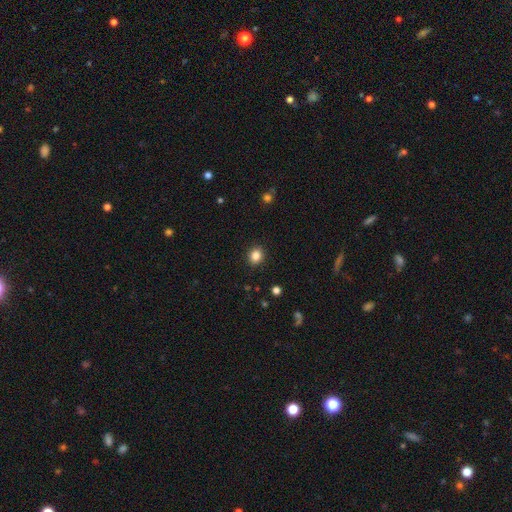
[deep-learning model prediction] Smooth or featured? smooth (85%)
How rounded? round (68%)
Merging? none (90%)